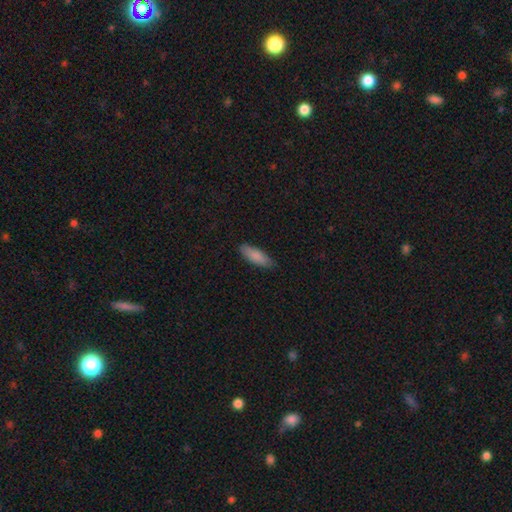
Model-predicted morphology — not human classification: Overall: smooth (86%). How rounded: in between (57%; cigar-shaped 42%). Merging: none (83%).